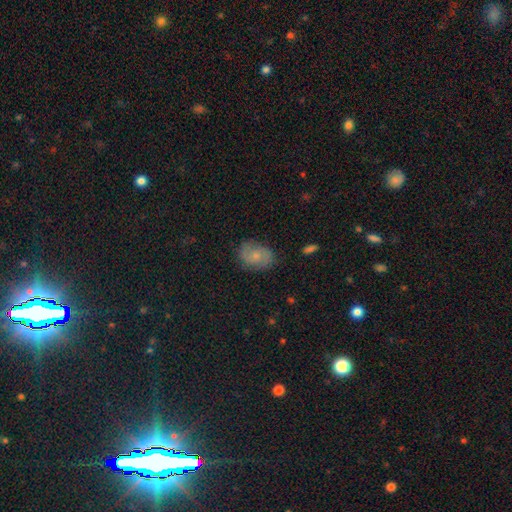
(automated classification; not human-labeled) smooth_or_featured: smooth (p=0.53) [alt: featured or disk p=0.37]
how_rounded: in between (p=0.75) [alt: round p=0.24]
merging: none (p=0.75) [alt: minor disturbance p=0.18]